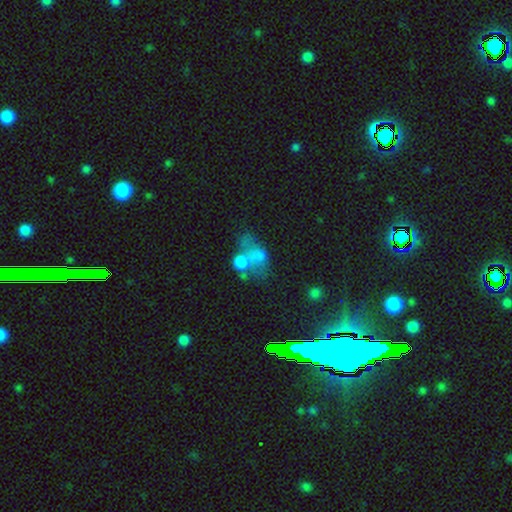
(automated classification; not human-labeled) Smooth or featured: smooth — 55% (featured or disk — 27%)
How rounded: in between — 54% (round — 44%)
Merging: merger — 53% (none — 20%)